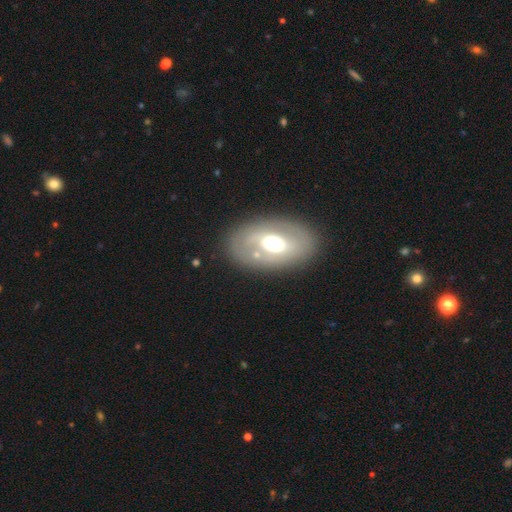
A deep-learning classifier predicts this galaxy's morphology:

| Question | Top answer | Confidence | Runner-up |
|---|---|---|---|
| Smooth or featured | featured or disk | 58% | smooth (35%) |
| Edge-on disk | no | 91% | yes (9%) |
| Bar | no | 45% | weak (34%) |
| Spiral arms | no | 67% | yes (33%) |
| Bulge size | moderate | 67% | large (22%) |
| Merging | none | 80% | minor disturbance (12%) |